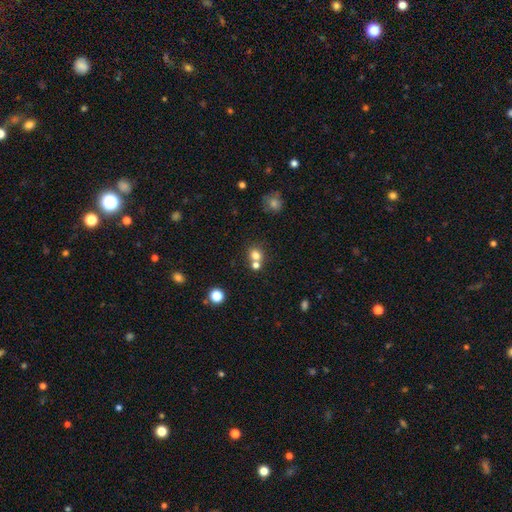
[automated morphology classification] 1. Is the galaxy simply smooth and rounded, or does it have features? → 75% smooth, 15% star or artifact, 10% featured or disk.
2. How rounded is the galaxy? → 83% round, 16% in between, 1% cigar-shaped.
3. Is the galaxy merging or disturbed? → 51% none, 40% merger, 7% minor disturbance, 3% major disturbance.